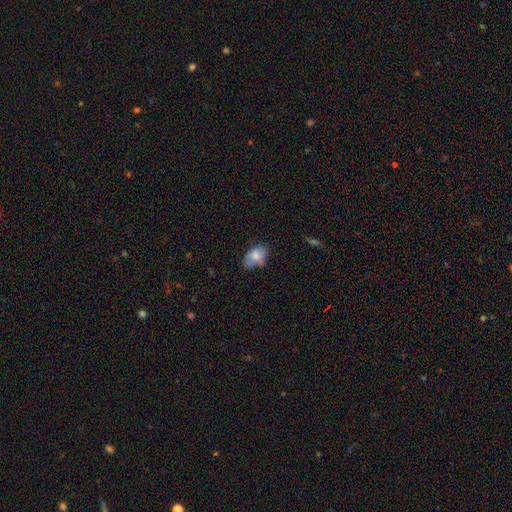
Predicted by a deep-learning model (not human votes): Smooth or featured? smooth (76%)
How rounded? in between (87%)
Merging? none (59%)